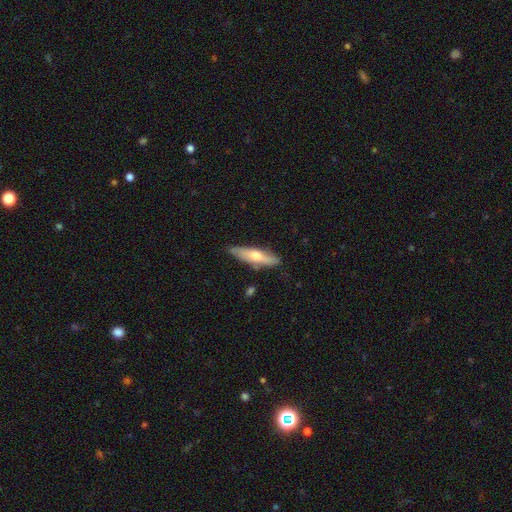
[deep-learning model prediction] Smooth or featured: smooth — 54% (featured or disk — 41%)
How rounded: cigar-shaped — 69% (in between — 29%)
Merging: none — 77% (minor disturbance — 18%)